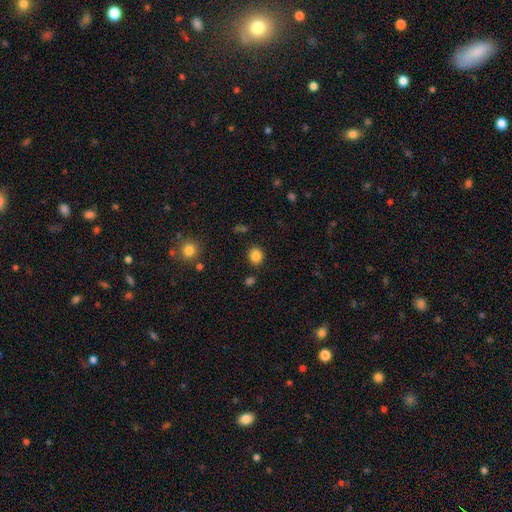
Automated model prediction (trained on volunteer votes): smooth-or-featured: smooth: 85% | star or artifact: 11% | featured or disk: 4%
  how-rounded: round: 67% | in between: 32% | cigar-shaped: 1%
  merging: none: 86% | minor disturbance: 9% | major disturbance: 3% | merger: 3%